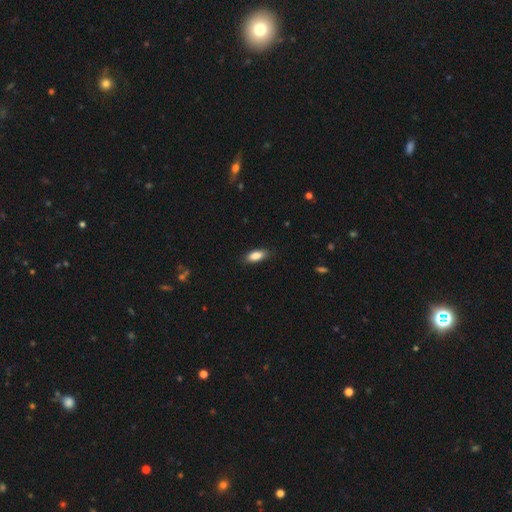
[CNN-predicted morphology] Smooth or featured? smooth (87%)
How rounded? in between (80%)
Merging? none (86%)